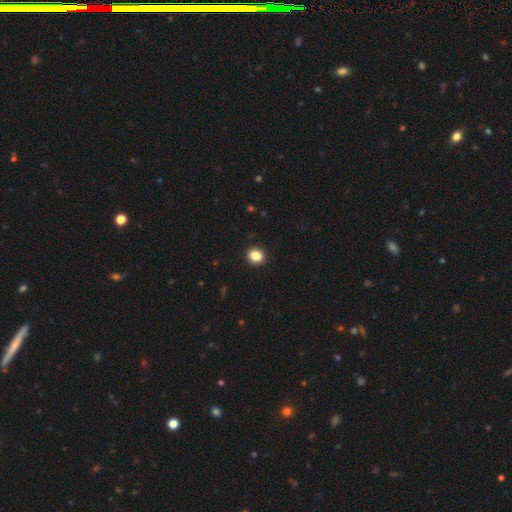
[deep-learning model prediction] This is clearly a smooth galaxy (86%). How rounded: clearly round (83%). Merging: clearly none (93%).